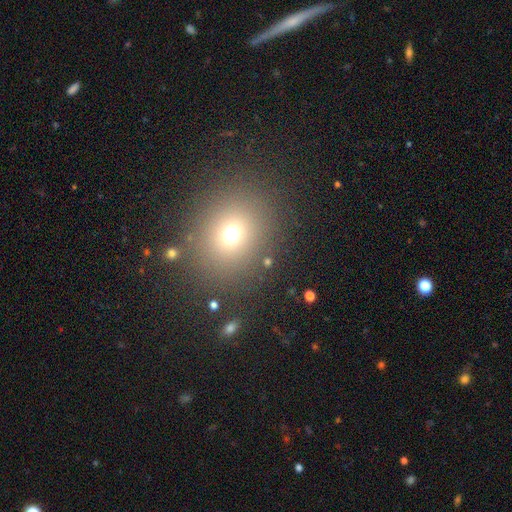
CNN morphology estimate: The model was most divided on "how rounded": round: 69%, in between: 30%, cigar-shaped: 1%. More confident: merging — none (86%); smooth or featured — smooth (66%).